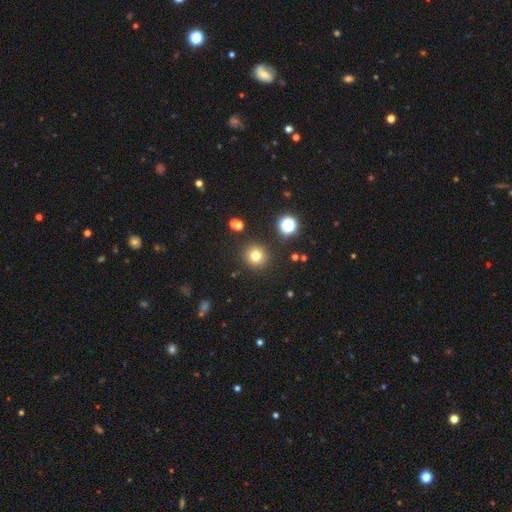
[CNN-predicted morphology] A smooth galaxy with no disk features (76%) that is round (93%).

Vote fractions:
- Smooth or featured? smooth: 76% / star or artifact: 17% / featured or disk: 7%
- How rounded? round: 93% / in between: 7% / cigar-shaped: 1%
- Merging? none: 88% / minor disturbance: 6% / merger: 3% / major disturbance: 3%